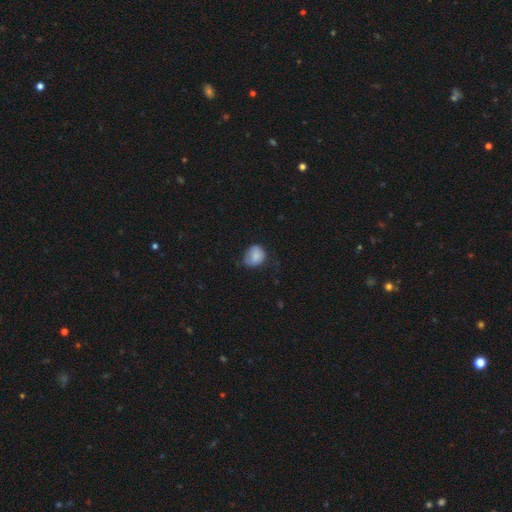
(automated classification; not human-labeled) Overall: smooth (82%). How rounded: round (55%; in between 44%). Merging: none (49%; minor disturbance 38%).